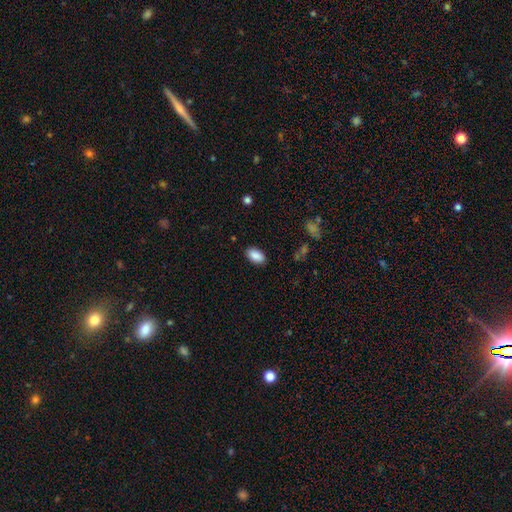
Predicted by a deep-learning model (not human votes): Q: Smooth or featured?
A: smooth (89%); runner-up: star or artifact (7%)
Q: How rounded?
A: in between (94%); runner-up: round (4%)
Q: Merging?
A: none (88%); runner-up: minor disturbance (9%)